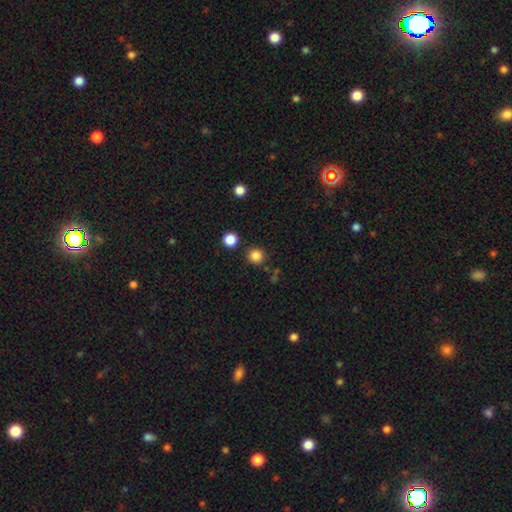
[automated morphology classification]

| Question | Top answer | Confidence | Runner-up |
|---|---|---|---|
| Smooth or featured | smooth | 84% | star or artifact (12%) |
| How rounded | round | 93% | in between (6%) |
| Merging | none | 87% | minor disturbance (6%) |